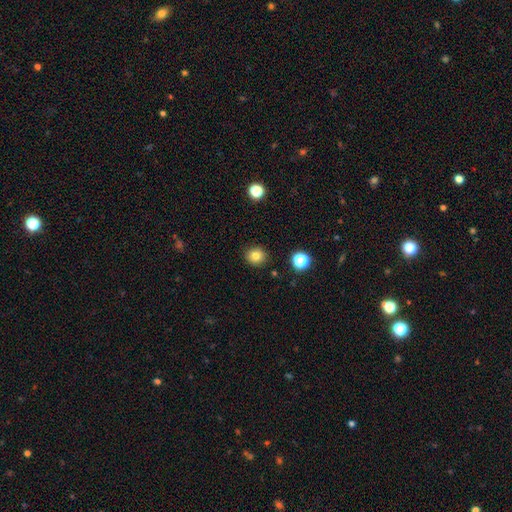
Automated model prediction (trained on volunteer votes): smooth-or-featured: smooth: 80% | star or artifact: 12% | featured or disk: 7%
  how-rounded: round: 87% | in between: 12% | cigar-shaped: 1%
  merging: none: 90% | minor disturbance: 6% | major disturbance: 2% | merger: 1%